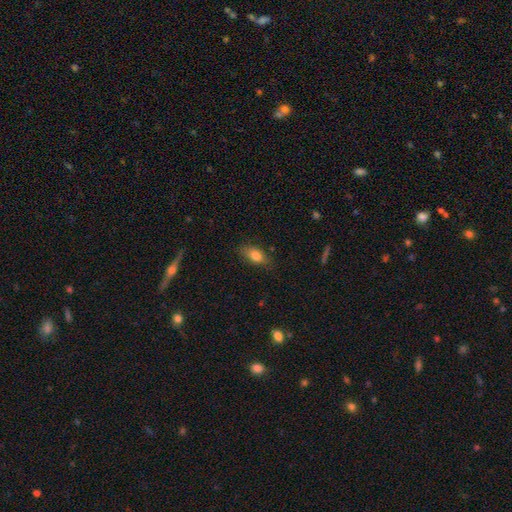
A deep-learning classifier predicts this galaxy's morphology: Q: Smooth or featured?
A: smooth (80%); runner-up: featured or disk (12%)
Q: How rounded?
A: in between (84%); runner-up: cigar-shaped (9%)
Q: Merging?
A: none (80%); runner-up: minor disturbance (16%)